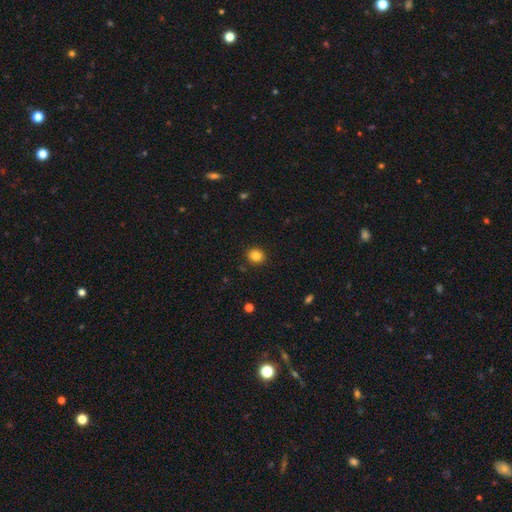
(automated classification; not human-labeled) A smooth galaxy with no disk features (85%) that is round (79%).

Vote fractions:
- Smooth or featured? smooth: 85% / star or artifact: 11% / featured or disk: 5%
- How rounded? round: 79% / in between: 20% / cigar-shaped: 1%
- Merging? none: 90% / minor disturbance: 7% / major disturbance: 2% / merger: 1%